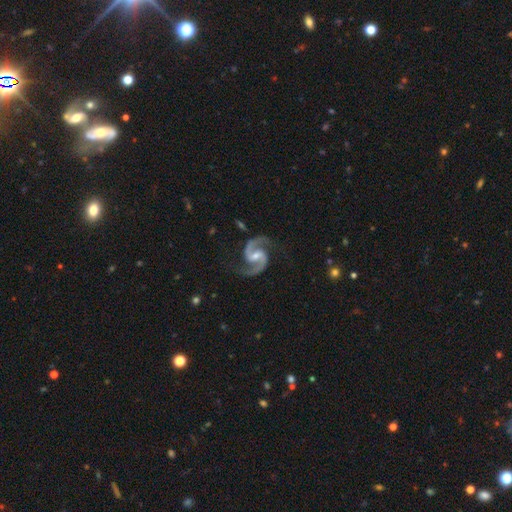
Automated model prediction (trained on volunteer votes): A featured or disk galaxy (95%) with a weak bar (49%), 2 (95%) medium (67%) spiral arms (99%) and a small central bulge (49%).

Vote fractions:
- Smooth or featured? featured or disk: 95% / star or artifact: 3% / smooth: 2%
- Edge-on disk? no: 98% / yes: 2%
- Bar? weak: 49% / strong: 26% / no: 25%
- Spiral arms? yes: 99% / no: 1%
- Spiral winding? medium: 67% / loose: 21% / tight: 12%
- Spiral arm count? 2: 95% / can't tell: 1% / 3: 1% / 1: 1% / 4: 1% / more than 4: 1%
- Bulge size? small: 49% / moderate: 44% / none: 4% / large: 2% / dominant: 1%
- Merging? none: 81% / minor disturbance: 13% / major disturbance: 4% / merger: 2%